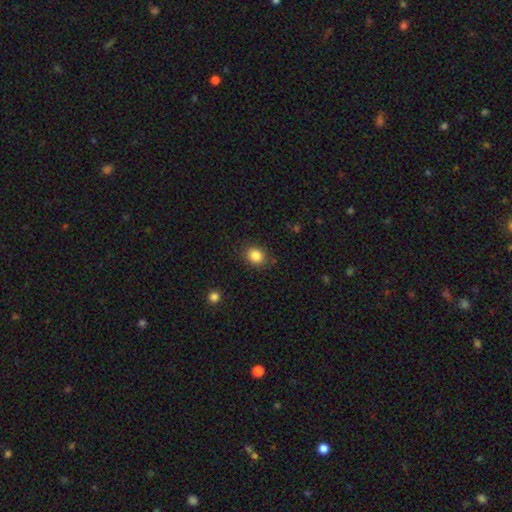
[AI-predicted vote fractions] Q: Smooth or featured?
A: smooth (85%); runner-up: star or artifact (10%)
Q: How rounded?
A: round (64%); runner-up: in between (35%)
Q: Merging?
A: none (87%); runner-up: minor disturbance (9%)